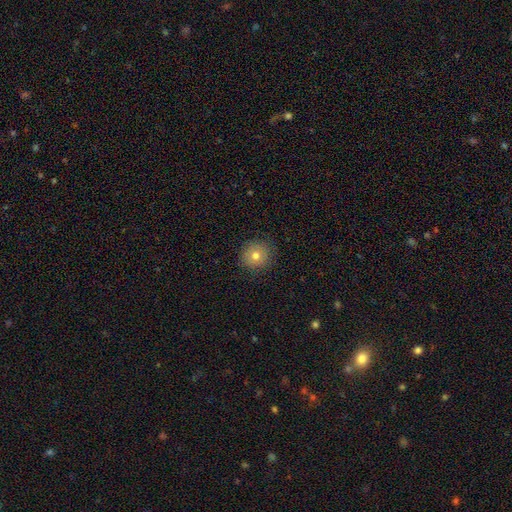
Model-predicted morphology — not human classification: Smooth or featured: smooth — 75% (featured or disk — 13%)
How rounded: round — 92% (in between — 7%)
Merging: none — 88% (minor disturbance — 9%)